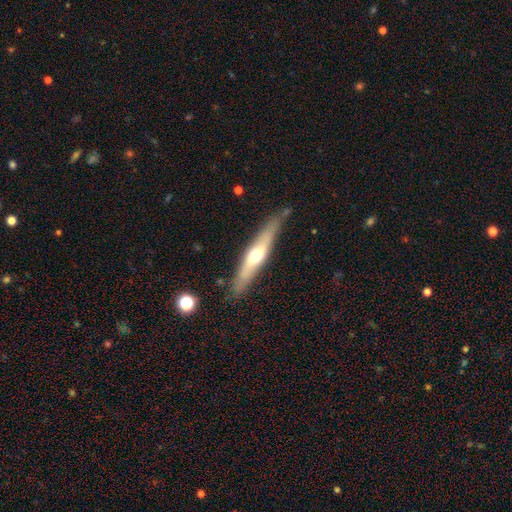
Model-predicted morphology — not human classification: The model was most divided on "smooth or featured": featured or disk: 54%, smooth: 41%, star or artifact: 5%. More confident: edge-on disk — yes (86%); merging — none (80%).